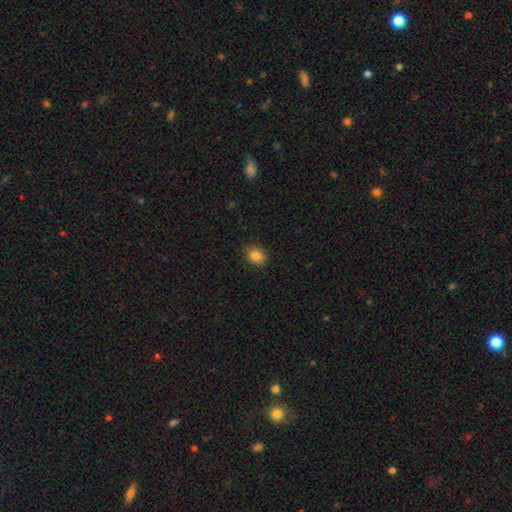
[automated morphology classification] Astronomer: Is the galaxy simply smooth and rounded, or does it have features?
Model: smooth — 84%.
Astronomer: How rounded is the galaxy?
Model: in between — 52% (runner-up: round, 47%).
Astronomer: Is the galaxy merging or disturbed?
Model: none — 88%.